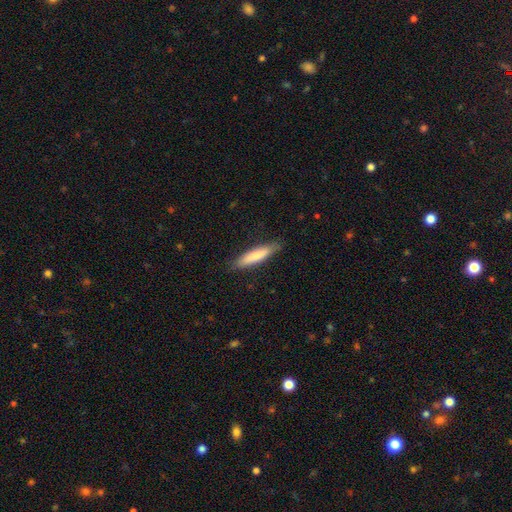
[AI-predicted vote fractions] Smooth or featured: smooth — 79% (featured or disk — 16%)
How rounded: cigar-shaped — 83% (in between — 16%)
Merging: none — 85% (minor disturbance — 12%)